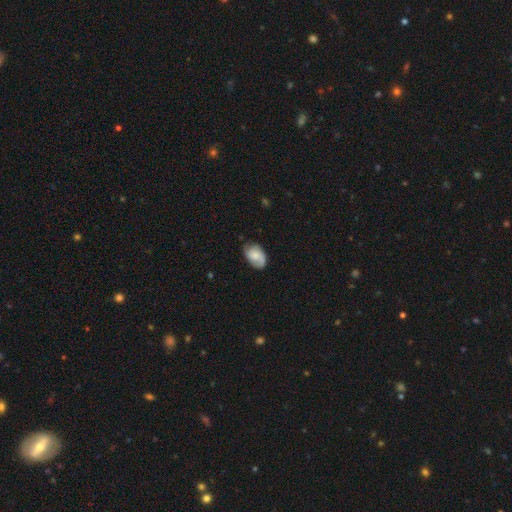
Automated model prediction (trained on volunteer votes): Smooth or featured: smooth — 50% (featured or disk — 43%)
Merging: none — 64% (minor disturbance — 26%)